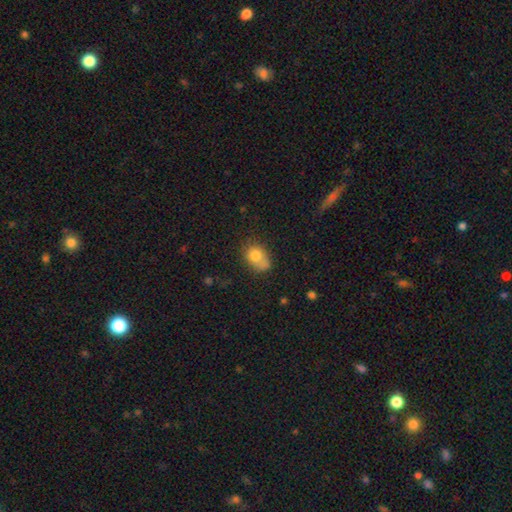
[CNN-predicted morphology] A smooth galaxy with no disk features (78%) that is in between round and cigar-shaped (63%).

Vote fractions:
- Smooth or featured? smooth: 78% / featured or disk: 13% / star or artifact: 10%
- How rounded? in between: 63% / round: 36% / cigar-shaped: 1%
- Merging? none: 42% / minor disturbance: 27% / merger: 19% / major disturbance: 12%